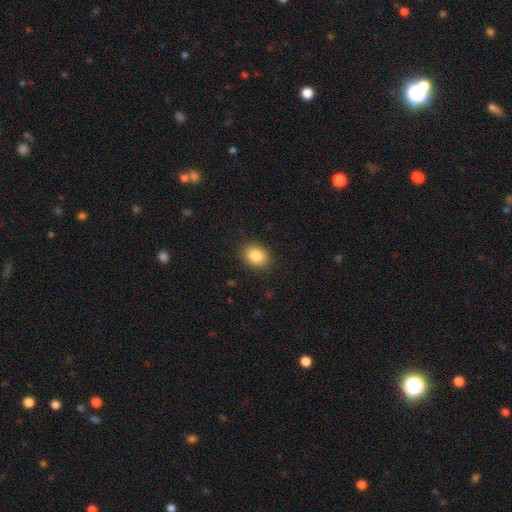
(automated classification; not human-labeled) The model was most divided on "how rounded": in between: 60%, round: 39%, cigar-shaped: 1%. More confident: merging — none (88%); smooth or featured — smooth (86%).